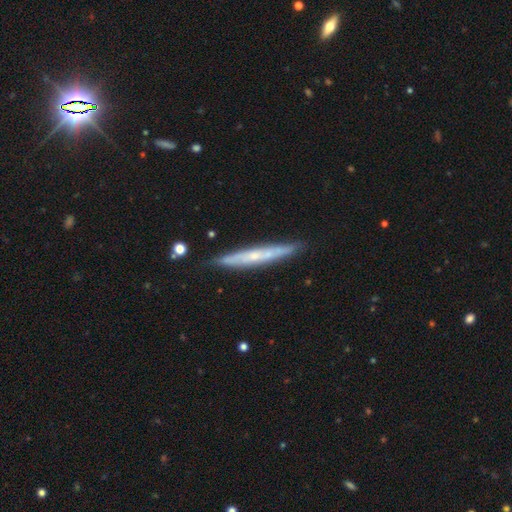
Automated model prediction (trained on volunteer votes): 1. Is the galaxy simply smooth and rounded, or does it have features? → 61% featured or disk, 32% smooth, 6% star or artifact.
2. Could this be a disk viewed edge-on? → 87% yes, 13% no.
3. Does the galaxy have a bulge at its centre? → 52% none, 44% rounded, 4% boxy.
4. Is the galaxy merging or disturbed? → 84% none, 12% minor disturbance, 2% major disturbance, 2% merger.